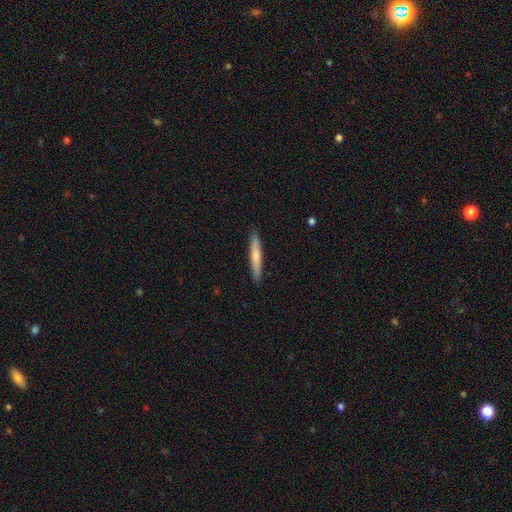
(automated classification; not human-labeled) Smooth or featured?
  - smooth: 70% *
  - featured or disk: 25%
  - star or artifact: 5%
How rounded?
  - cigar-shaped: 94% *
  - in between: 5%
  - round: 1%
Merging?
  - none: 91% *
  - minor disturbance: 7%
  - major disturbance: 1%
  - merger: 1%